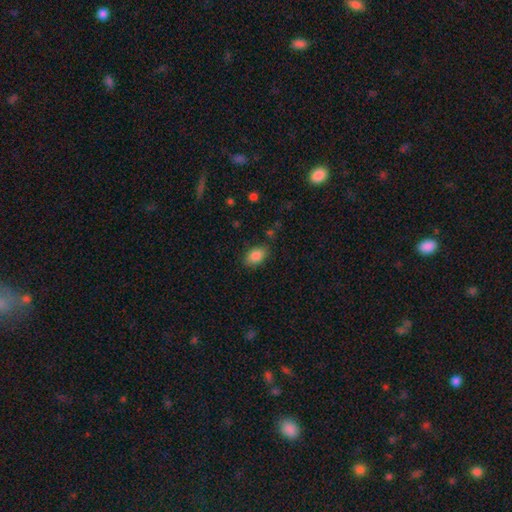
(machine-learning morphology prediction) A smooth galaxy with no disk features (86%) that is in between round and cigar-shaped (87%). Merging: none (79%).